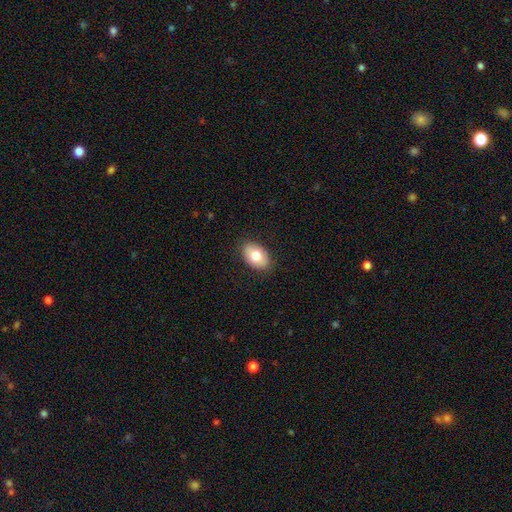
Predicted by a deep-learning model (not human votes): Overall: smooth (78%). How rounded: in between (88%). Merging: none (87%).